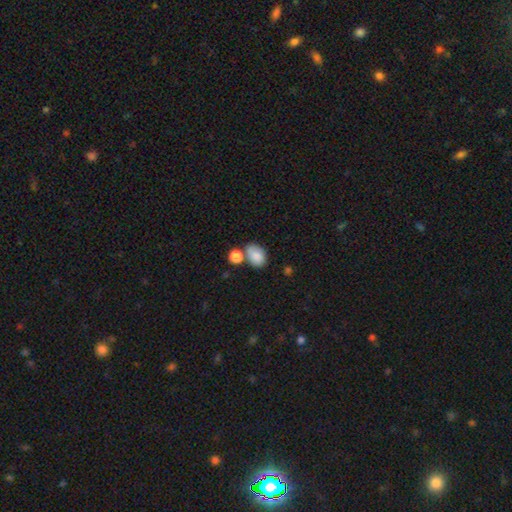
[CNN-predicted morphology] This is clearly a smooth galaxy (83%). How rounded: likely in between (79%). Merging: possibly none (52%).